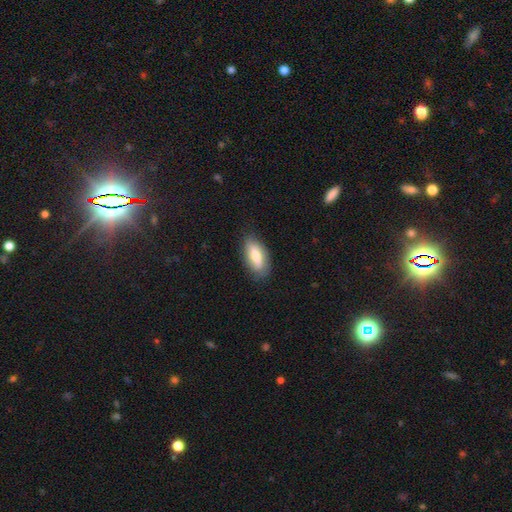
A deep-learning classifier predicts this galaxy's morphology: smooth 66%, featured or disk 28%, star or artifact 7%. Down the decision tree: how rounded — in between (81%); merging — none (81%).